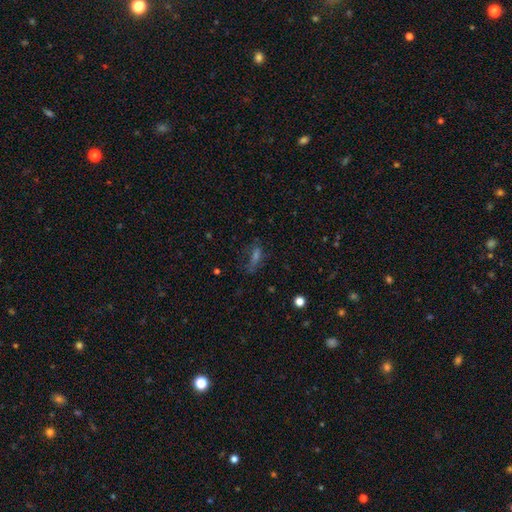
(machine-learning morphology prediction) Smooth or featured? smooth (39%)
Merging? none (57%)